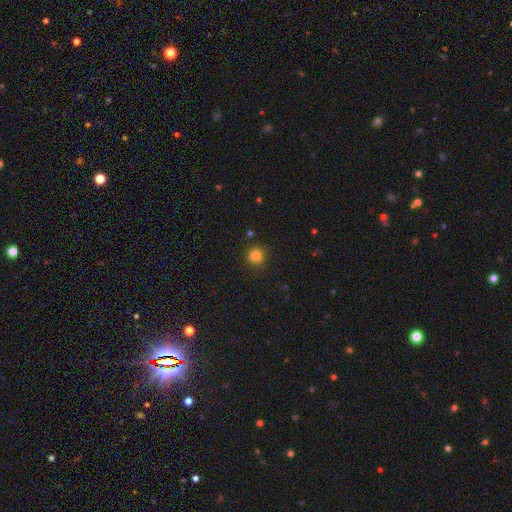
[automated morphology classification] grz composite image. It shows a smooth galaxy with no disk features (82%) that is round (79%). Merging: none (80%).